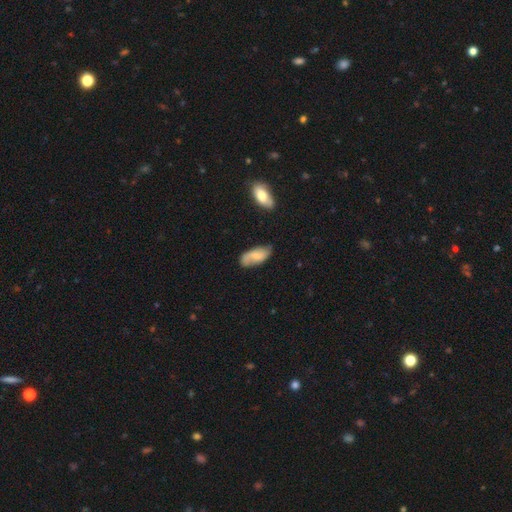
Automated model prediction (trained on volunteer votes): This is possibly a smooth galaxy (52%). How rounded: clearly in between (90%). Merging: likely none (66%).